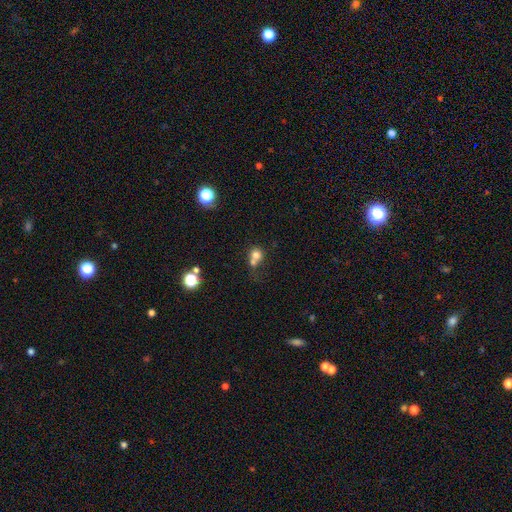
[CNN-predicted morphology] This is likely a smooth galaxy (73%). How rounded: clearly round (82%). Merging: possibly merger (49%).